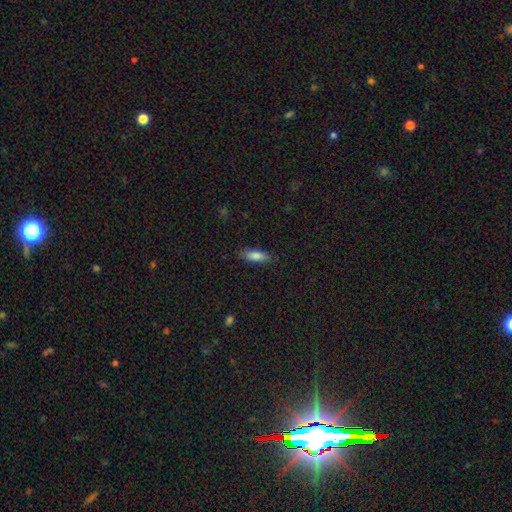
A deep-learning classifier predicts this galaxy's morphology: This is clearly a smooth galaxy (85%). How rounded: likely in between (65%). Merging: clearly none (84%).